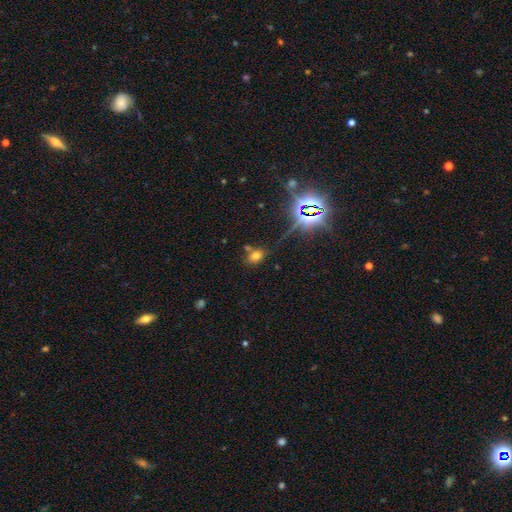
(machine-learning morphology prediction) Overall: smooth (64%; star or artifact 25%). How rounded: in between (71%). Merging: none (63%).